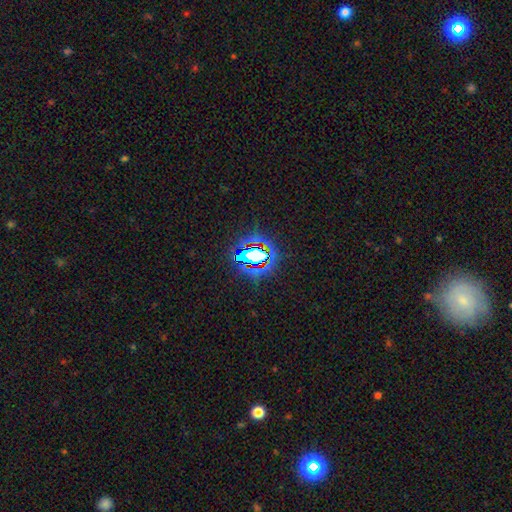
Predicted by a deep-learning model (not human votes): smooth-or-featured: star or artifact: 65% | smooth: 22% | featured or disk: 14%